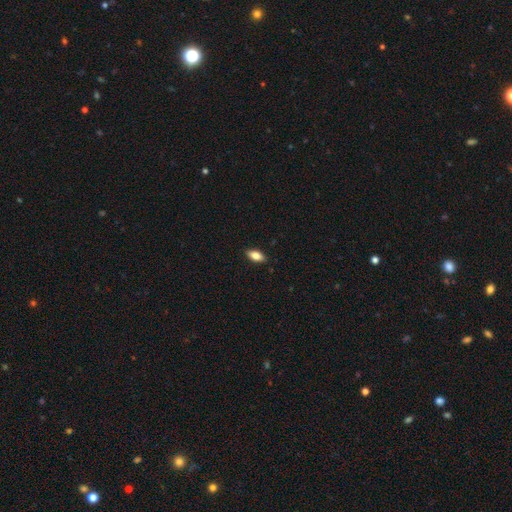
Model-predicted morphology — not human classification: Smooth or featured? Predicted: smooth (p=0.79). How rounded? Predicted: in between (p=0.86). Merging? Predicted: none (p=0.88).